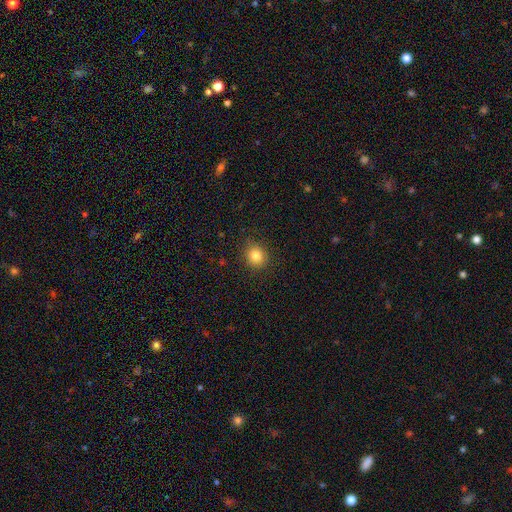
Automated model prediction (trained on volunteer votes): This appears to be a smooth galaxy with no disk features (83%) that is round (83%). Merging: none (88%).